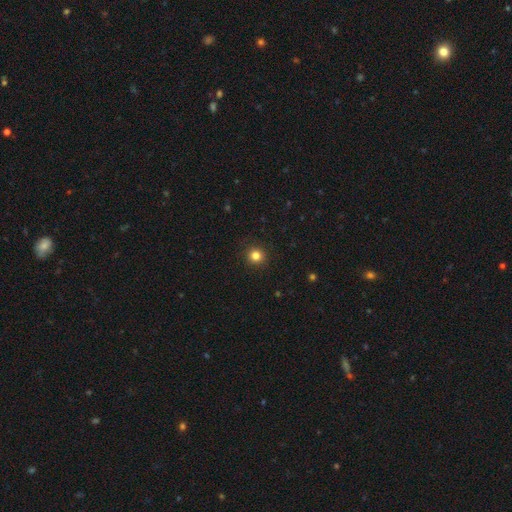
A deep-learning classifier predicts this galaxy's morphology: type=smooth (83%); roundness=round (94%); merging=none (92%).